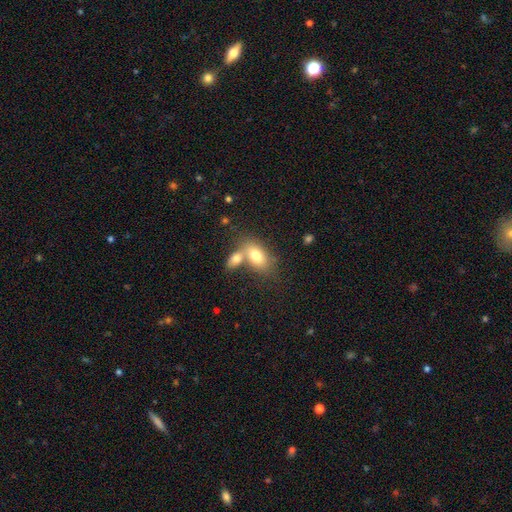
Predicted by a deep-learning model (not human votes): smooth-or-featured: smooth: 76% | featured or disk: 17% | star or artifact: 7%
  how-rounded: in between: 89% | round: 8% | cigar-shaped: 4%
  merging: merger: 50% | none: 36% | minor disturbance: 10% | major disturbance: 4%